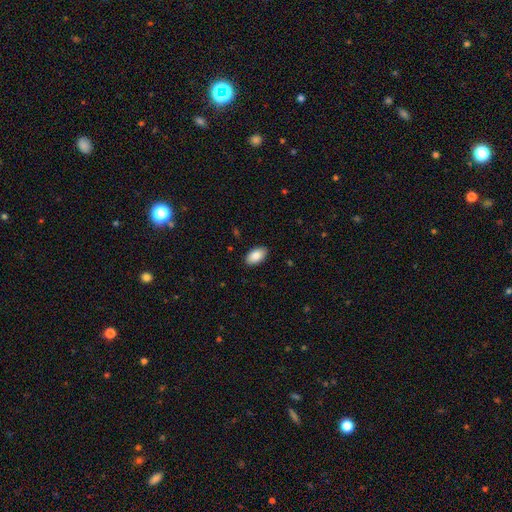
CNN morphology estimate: smooth_or_featured: smooth (p=0.88) [alt: star or artifact p=0.06]
how_rounded: in between (p=0.95) [alt: round p=0.03]
merging: none (p=0.88) [alt: minor disturbance p=0.09]